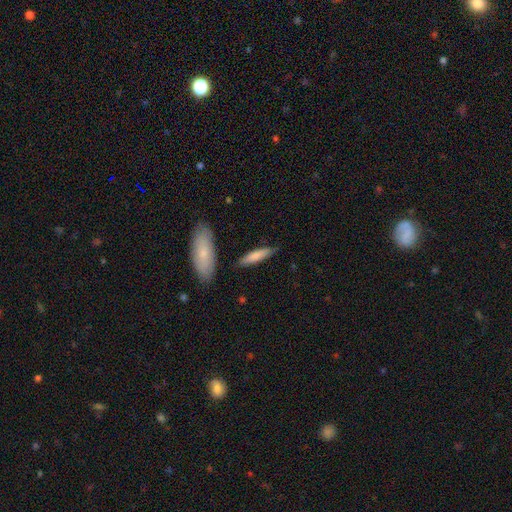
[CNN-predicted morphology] The model was most divided on "smooth or featured": smooth: 74%, featured or disk: 20%, star or artifact: 5%. More confident: merging — none (81%); how rounded — cigar-shaped (78%).